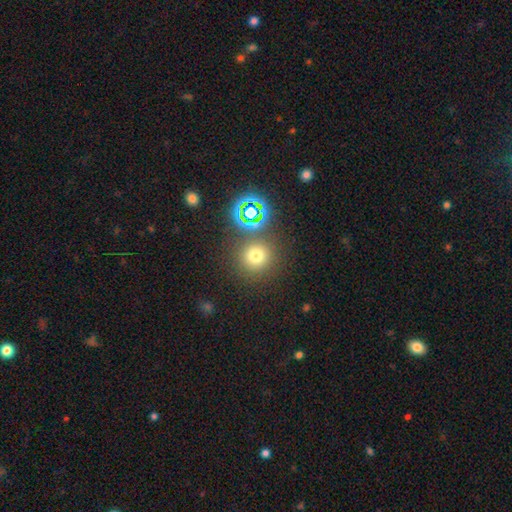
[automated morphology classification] This is likely a smooth galaxy (69%). How rounded: clearly round (93%). Merging: clearly none (82%).